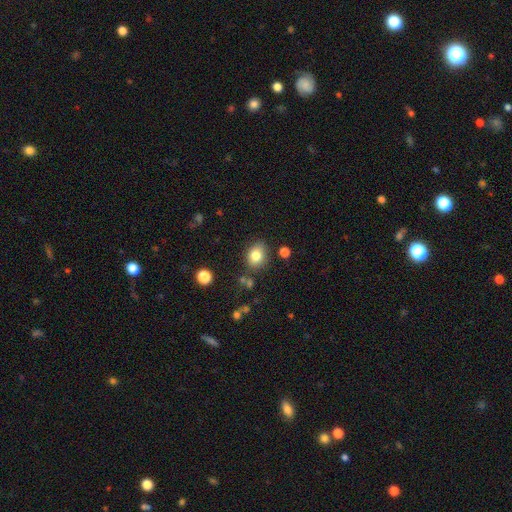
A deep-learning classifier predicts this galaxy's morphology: Smooth or featured: smooth — 81% (star or artifact — 10%)
How rounded: in between — 57% (round — 42%)
Merging: none — 79% (minor disturbance — 13%)